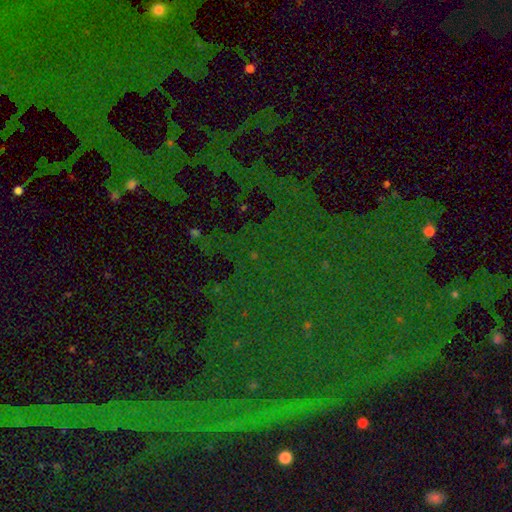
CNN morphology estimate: smooth-or-featured: star or artifact: 79% | featured or disk: 11% | smooth: 10%